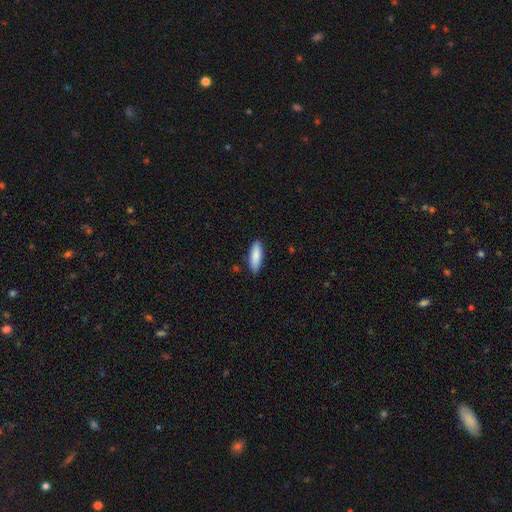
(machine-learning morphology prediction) smooth 87%, featured or disk 8%, star or artifact 6%. Down the decision tree: how rounded — in between (52%); merging — none (87%).